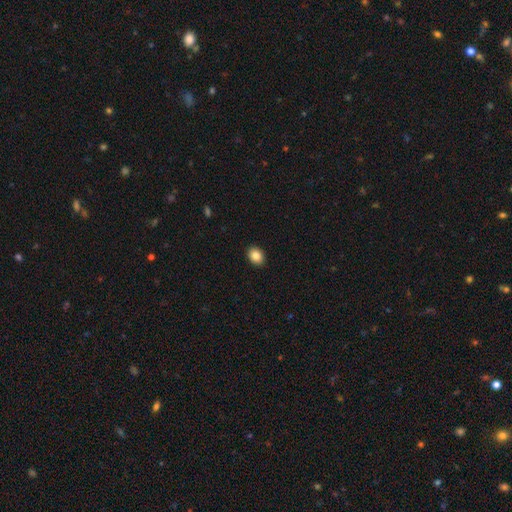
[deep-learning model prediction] Smooth or featured?
  - smooth: 87% *
  - star or artifact: 9%
  - featured or disk: 5%
How rounded?
  - in between: 63% *
  - round: 36%
  - cigar-shaped: 1%
Merging?
  - none: 92% *
  - minor disturbance: 6%
  - major disturbance: 2%
  - merger: 1%